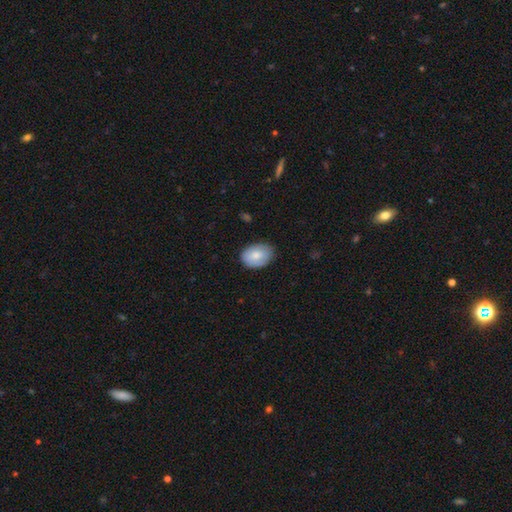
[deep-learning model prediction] Smooth or featured: smooth — 78% (featured or disk — 16%)
How rounded: in between — 76% (round — 23%)
Merging: none — 80% (minor disturbance — 16%)